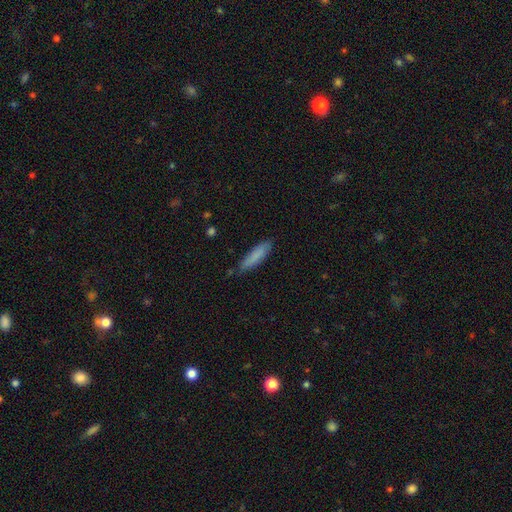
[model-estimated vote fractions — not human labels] This is clearly a smooth galaxy (82%). How rounded: likely cigar-shaped (77%). Merging: likely none (79%).